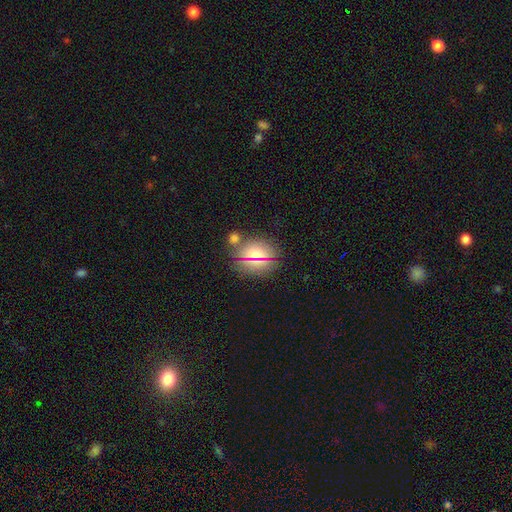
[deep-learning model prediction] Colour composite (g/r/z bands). It shows a smooth galaxy with no disk features (63%) that is round (56%). Merging: none (74%).